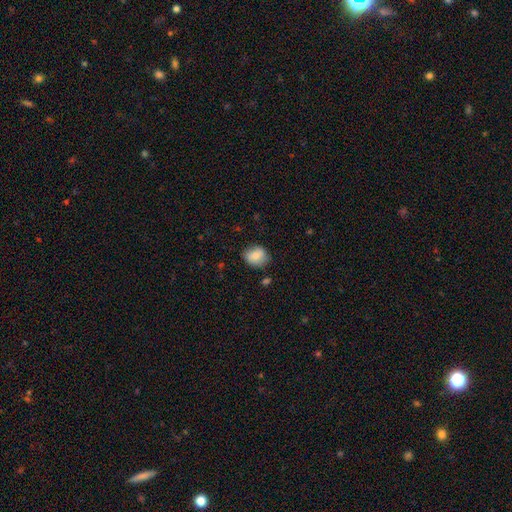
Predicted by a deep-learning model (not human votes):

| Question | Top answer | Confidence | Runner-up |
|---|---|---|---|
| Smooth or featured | smooth | 80% | featured or disk (12%) |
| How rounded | round | 60% | in between (39%) |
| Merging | none | 76% | minor disturbance (17%) |